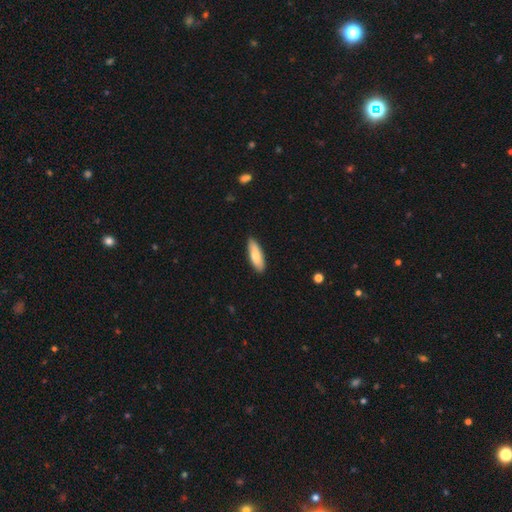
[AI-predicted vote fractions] Smooth or featured? Predicted: smooth (p=0.75). How rounded? Predicted: in between (p=0.55). Merging? Predicted: none (p=0.87).